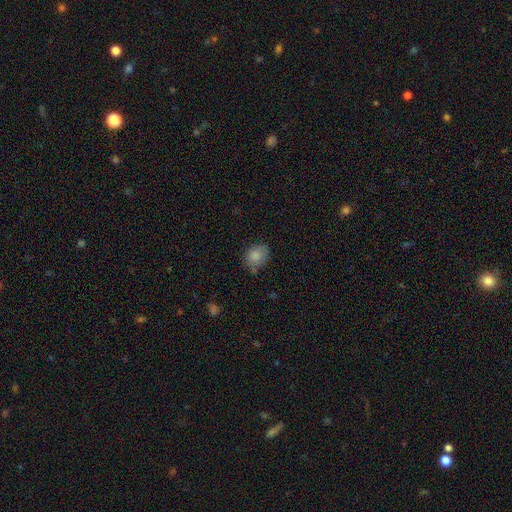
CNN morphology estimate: This appears to be a smooth galaxy with no disk features (84%) that is in between round and cigar-shaped (56%). Merging: none (70%).